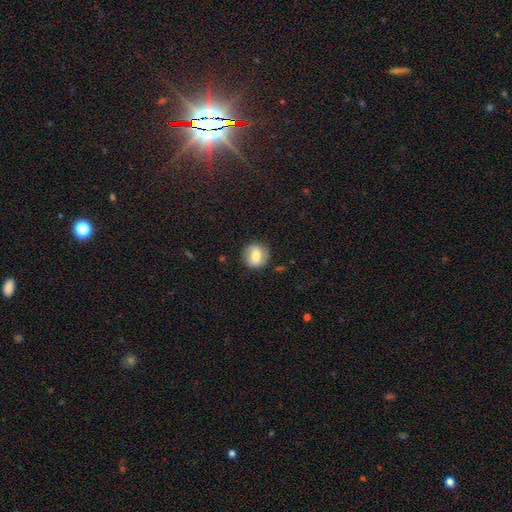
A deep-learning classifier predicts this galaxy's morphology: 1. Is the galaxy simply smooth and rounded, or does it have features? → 67% smooth, 25% featured or disk, 8% star or artifact.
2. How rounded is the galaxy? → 86% round, 13% in between, 1% cigar-shaped.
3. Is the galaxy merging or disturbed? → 83% none, 12% minor disturbance, 4% major disturbance, 1% merger.